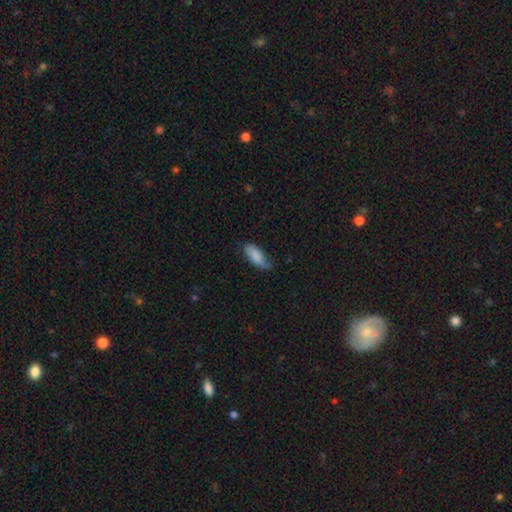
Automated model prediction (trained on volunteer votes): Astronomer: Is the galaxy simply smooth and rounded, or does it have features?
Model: smooth — 82%.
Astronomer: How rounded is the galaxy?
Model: in between — 83%.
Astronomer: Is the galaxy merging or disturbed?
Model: none — 56% (runner-up: minor disturbance, 35%).